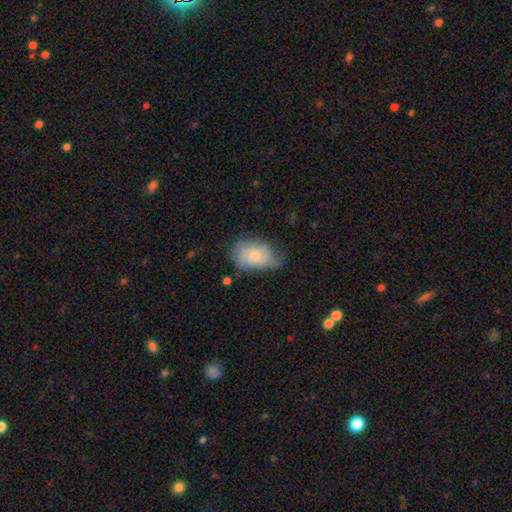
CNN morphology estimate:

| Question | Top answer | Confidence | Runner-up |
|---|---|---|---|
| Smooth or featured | smooth | 56% | featured or disk (36%) |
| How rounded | in between | 84% | round (14%) |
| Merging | none | 40% | minor disturbance (39%) |